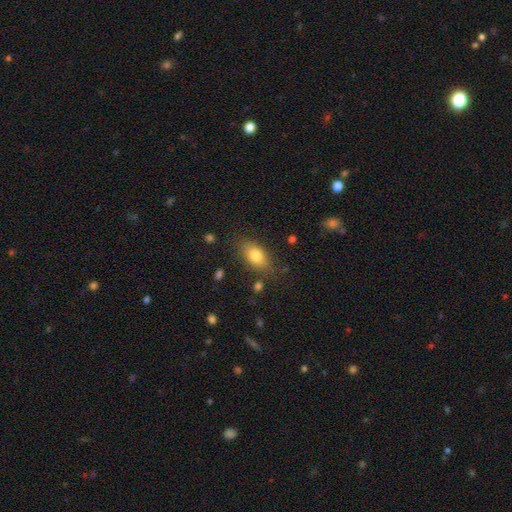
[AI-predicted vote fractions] A smooth galaxy with no disk features (80%) that is in between round and cigar-shaped (87%).

Vote fractions:
- Smooth or featured? smooth: 80% / featured or disk: 12% / star or artifact: 8%
- How rounded? in between: 87% / round: 8% / cigar-shaped: 6%
- Merging? none: 77% / minor disturbance: 16% / major disturbance: 5% / merger: 3%